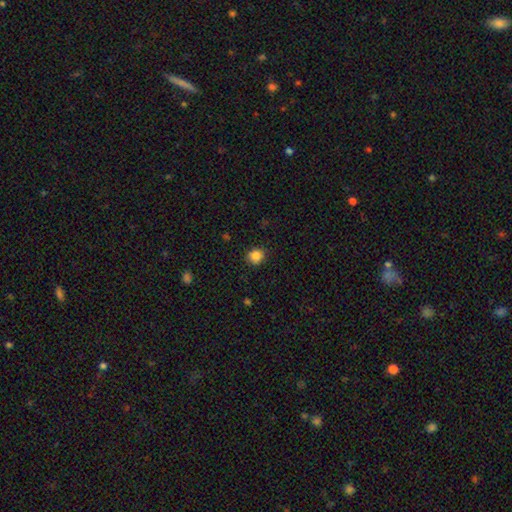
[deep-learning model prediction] smooth_or_featured: smooth (p=0.85) [alt: star or artifact p=0.11]
how_rounded: round (p=0.83) [alt: in between p=0.16]
merging: none (p=0.87) [alt: minor disturbance p=0.10]